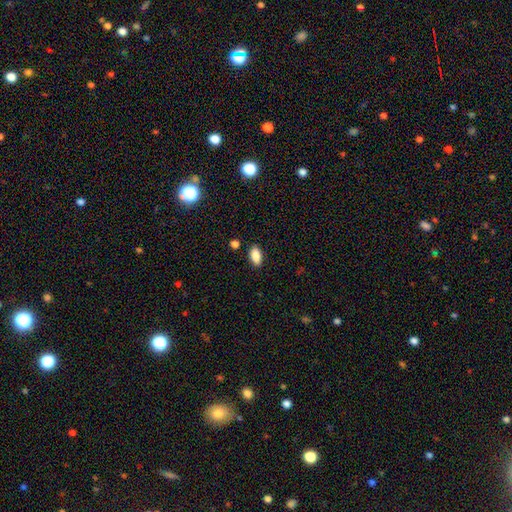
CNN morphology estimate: Overall: smooth (87%). How rounded: in between (91%). Merging: none (86%).